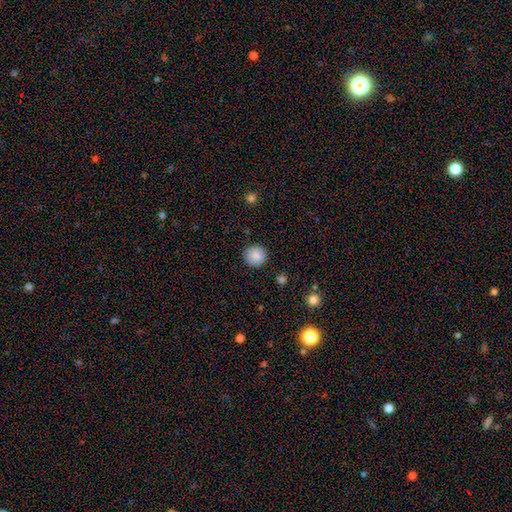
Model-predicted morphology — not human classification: smooth_or_featured: smooth (p=0.88) [alt: star or artifact p=0.08]
how_rounded: round (p=0.95) [alt: in between p=0.04]
merging: none (p=0.90) [alt: minor disturbance p=0.07]